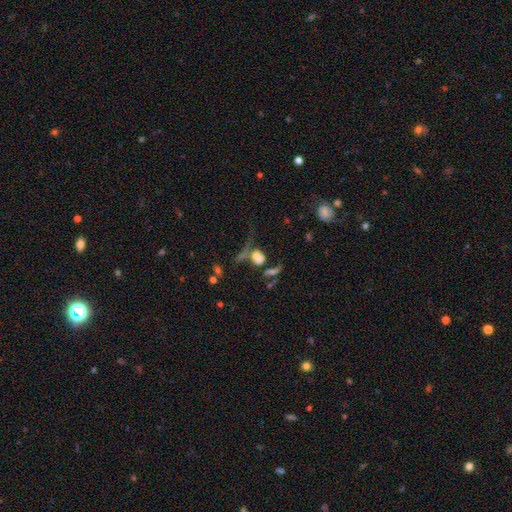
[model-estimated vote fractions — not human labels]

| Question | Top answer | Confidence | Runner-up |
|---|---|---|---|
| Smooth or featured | smooth | 51% | featured or disk (26%) |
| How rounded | round | 46% | tied: in between (46%) |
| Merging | merger | 36% | none (28%) |